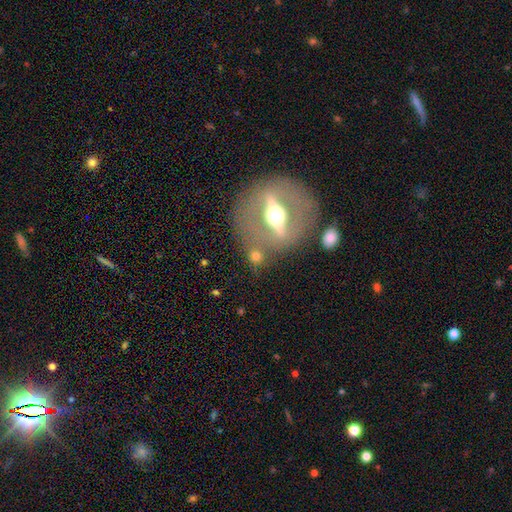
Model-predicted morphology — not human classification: Smooth or featured?
  - featured or disk: 74% *
  - smooth: 18%
  - star or artifact: 8%
Edge-on disk?
  - yes: 54% *
  - no: 46%
Merging?
  - none: 74% *
  - minor disturbance: 10%
  - merger: 9%
  - major disturbance: 7%